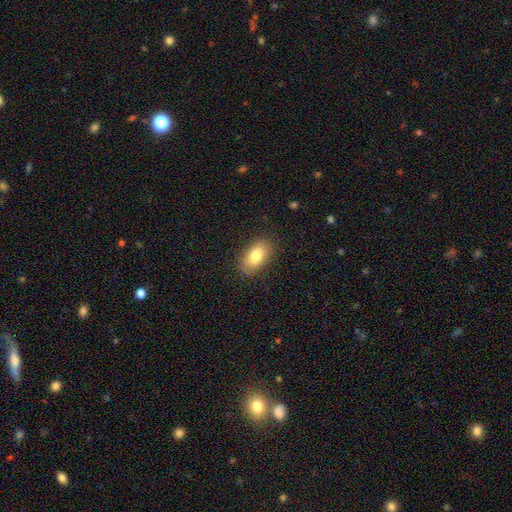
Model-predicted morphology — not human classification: smooth-or-featured: smooth: 81% | featured or disk: 12% | star or artifact: 7%
  how-rounded: in between: 91% | round: 5% | cigar-shaped: 4%
  merging: none: 84% | minor disturbance: 11% | major disturbance: 3% | merger: 1%